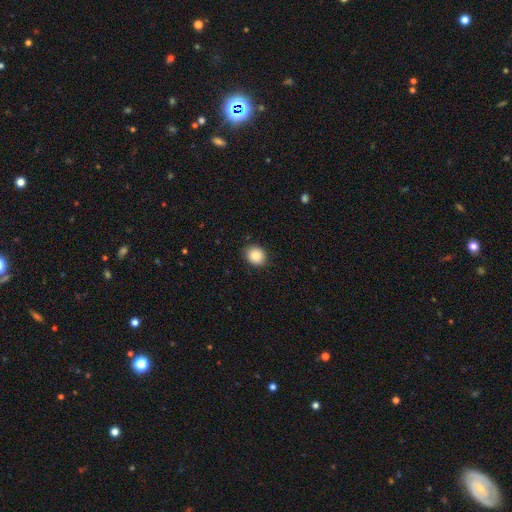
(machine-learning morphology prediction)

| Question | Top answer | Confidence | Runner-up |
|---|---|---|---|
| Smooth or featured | smooth | 88% | star or artifact (9%) |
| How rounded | round | 73% | in between (26%) |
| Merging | none | 88% | minor disturbance (9%) |